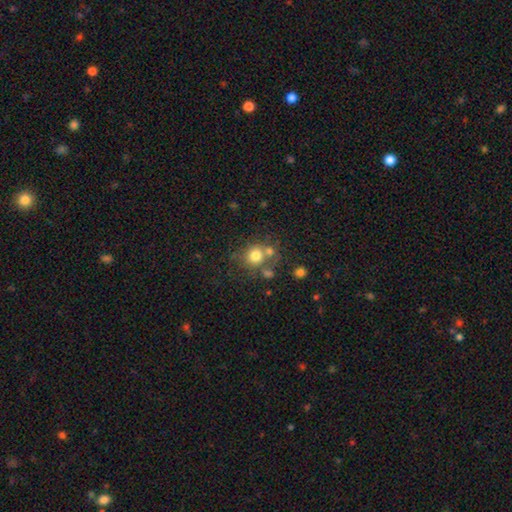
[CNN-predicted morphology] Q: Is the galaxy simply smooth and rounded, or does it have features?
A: smooth — 75%.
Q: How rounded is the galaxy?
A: round — 84%.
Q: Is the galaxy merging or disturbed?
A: none — 56%.